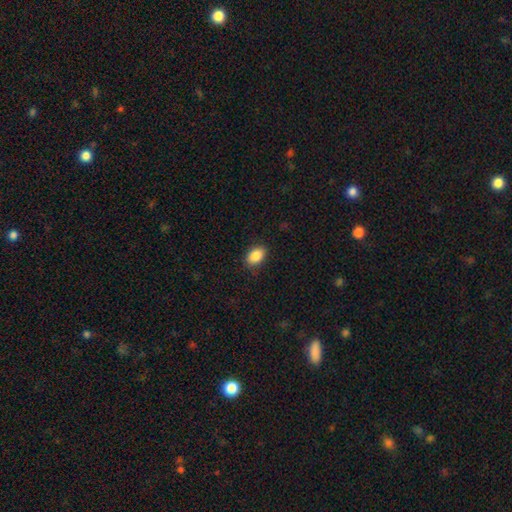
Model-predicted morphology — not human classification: Overall: smooth (88%). How rounded: in between (86%). Merging: none (85%).